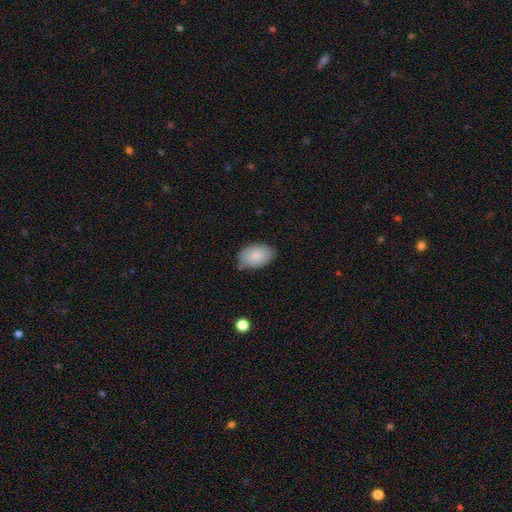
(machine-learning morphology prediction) Overall: smooth (85%). How rounded: in between (91%). Merging: none (74%).